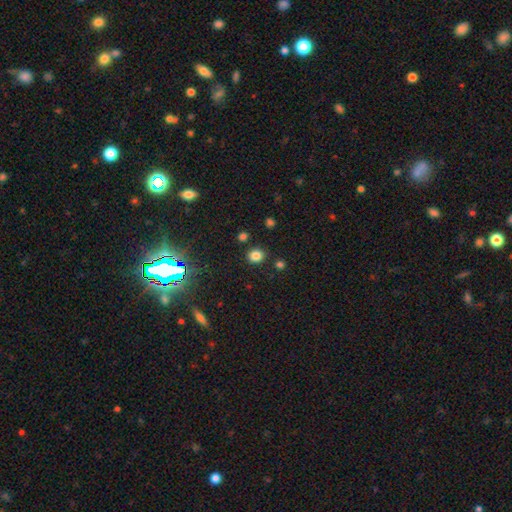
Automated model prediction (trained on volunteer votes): Smooth or featured? Predicted: smooth (p=0.81). How rounded? Predicted: round (p=0.81). Merging? Predicted: none (p=0.85).